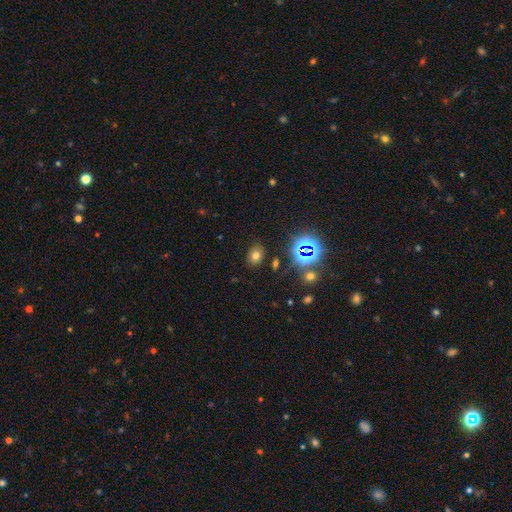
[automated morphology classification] A smooth galaxy with no disk features (66%) that is in between round and cigar-shaped (52%).

Vote fractions:
- Smooth or featured? smooth: 66% / star or artifact: 25% / featured or disk: 9%
- How rounded? in between: 52% / round: 47% / cigar-shaped: 1%
- Merging? none: 84% / minor disturbance: 10% / major disturbance: 3% / merger: 3%